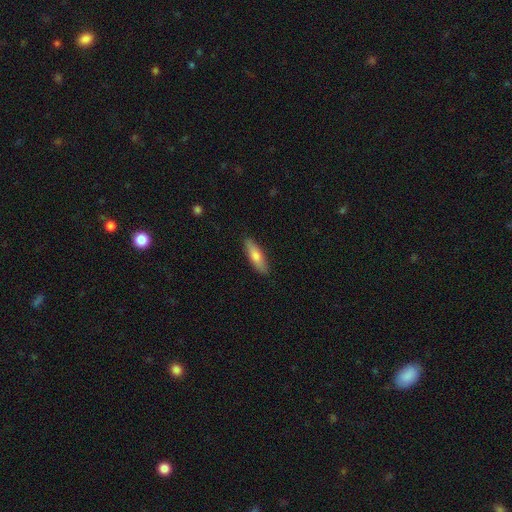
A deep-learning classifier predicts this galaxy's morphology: Q: Smooth or featured?
A: smooth (73%); runner-up: featured or disk (22%)
Q: How rounded?
A: cigar-shaped (56%); runner-up: in between (42%)
Q: Merging?
A: none (89%); runner-up: minor disturbance (9%)